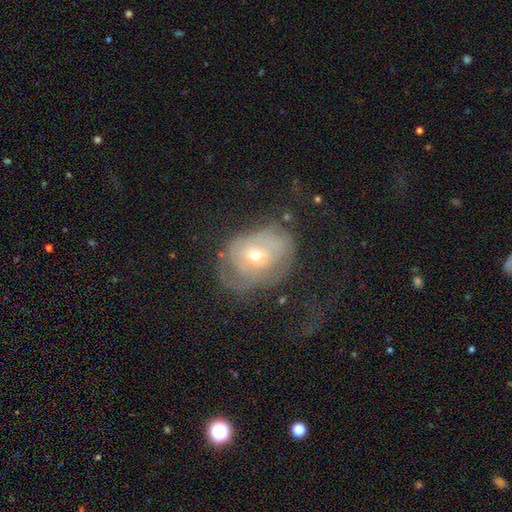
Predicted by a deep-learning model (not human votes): featured or disk 59%, smooth 32%, star or artifact 10%. Down the decision tree: edge-on disk — no (95%); bar — no (72%); spiral arms — yes (56%); bulge size — small (53%); merging — none (38%).